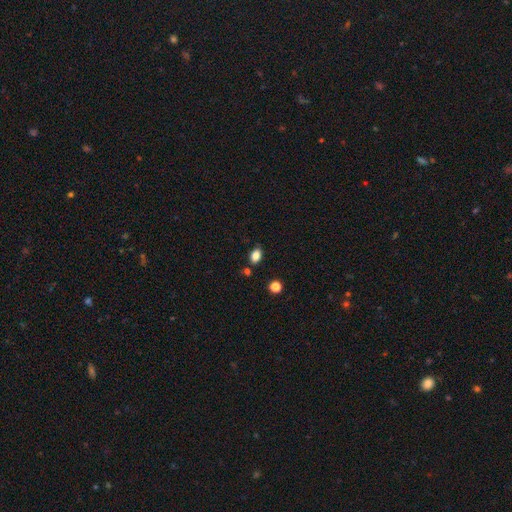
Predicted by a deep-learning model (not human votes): smooth_or_featured: smooth (p=0.84) [alt: star or artifact p=0.11]
how_rounded: in between (p=0.81) [alt: round p=0.18]
merging: none (p=0.77) [alt: minor disturbance p=0.13]